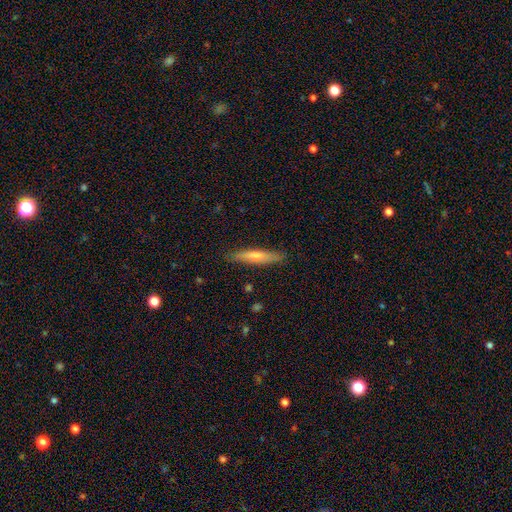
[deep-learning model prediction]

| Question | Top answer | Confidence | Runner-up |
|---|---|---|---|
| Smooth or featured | smooth | 56% | featured or disk (38%) |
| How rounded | cigar-shaped | 92% | in between (7%) |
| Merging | none | 88% | minor disturbance (9%) |